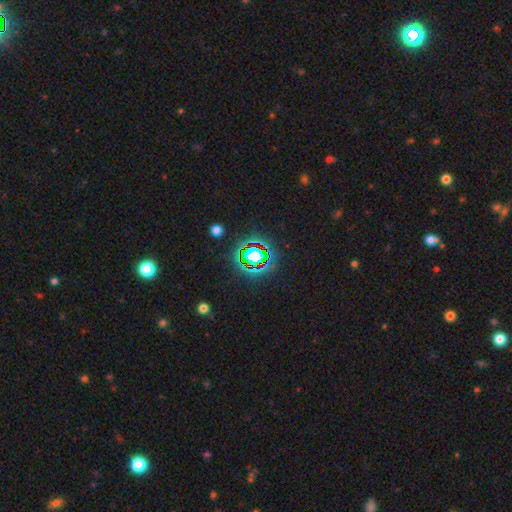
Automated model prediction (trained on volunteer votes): Smooth or featured? Predicted: star or artifact (p=0.70).